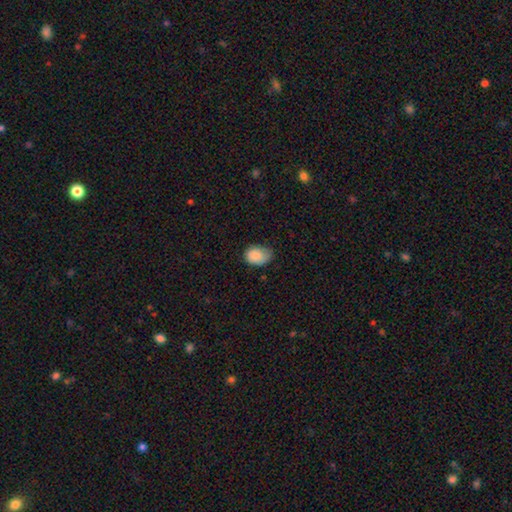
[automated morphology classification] A smooth galaxy with no disk features (86%) that is in between round and cigar-shaped (65%).

Vote fractions:
- Smooth or featured? smooth: 86% / star or artifact: 7% / featured or disk: 7%
- How rounded? in between: 65% / round: 34% / cigar-shaped: 1%
- Merging? none: 53% / minor disturbance: 38% / major disturbance: 8% / merger: 1%